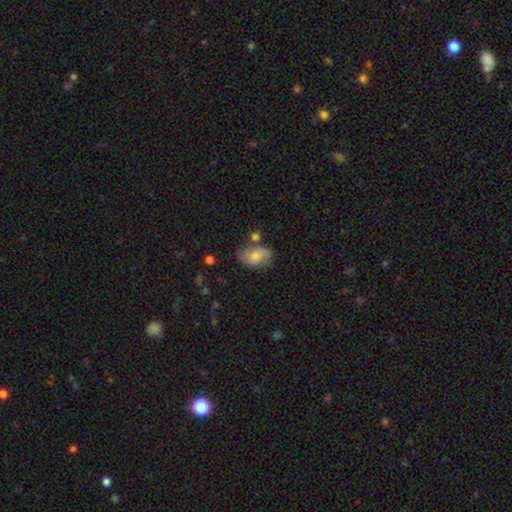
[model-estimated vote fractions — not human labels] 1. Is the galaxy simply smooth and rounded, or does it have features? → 74% smooth, 18% featured or disk, 8% star or artifact.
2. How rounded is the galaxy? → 89% in between, 10% round, 2% cigar-shaped.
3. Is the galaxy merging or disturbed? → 63% none, 23% minor disturbance, 8% merger, 5% major disturbance.